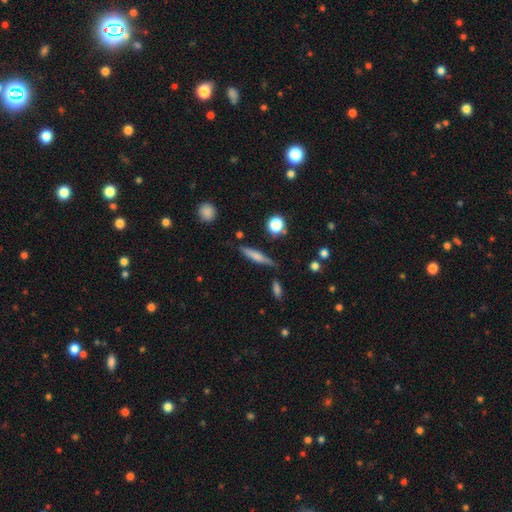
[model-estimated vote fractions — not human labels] This appears to be a smooth galaxy with no disk features (58%) that is cigar-shaped (84%). Merging: none (76%).